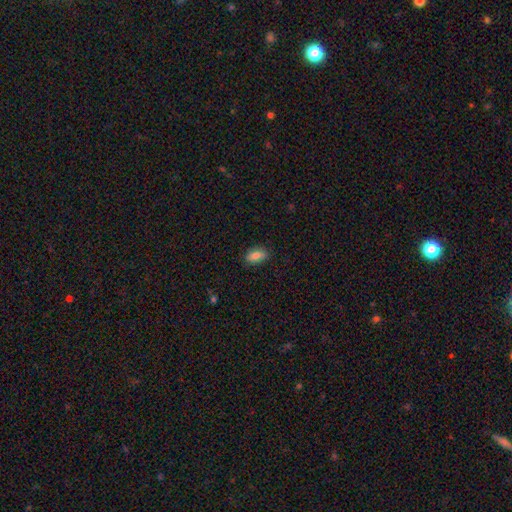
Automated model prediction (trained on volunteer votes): This appears to be a smooth galaxy with no disk features (83%) that is in between round and cigar-shaped (88%). Merging: none (83%).